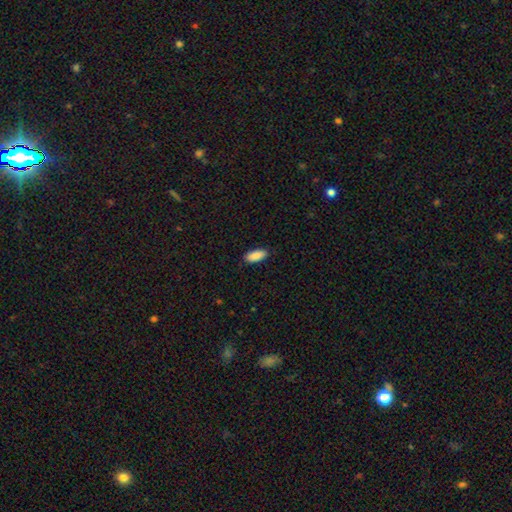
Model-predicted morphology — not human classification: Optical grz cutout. It shows a smooth galaxy with no disk features (90%) that is in between round and cigar-shaped (85%). Merging: none (88%).